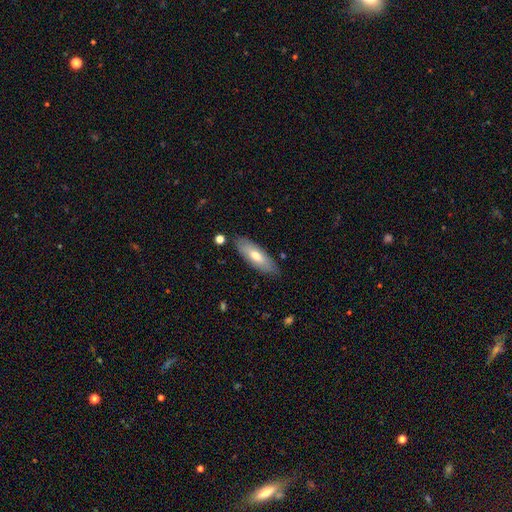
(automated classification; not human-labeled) Smooth or featured: smooth — 66% (featured or disk — 28%)
How rounded: in between — 65% (cigar-shaped — 33%)
Merging: none — 83% (minor disturbance — 12%)